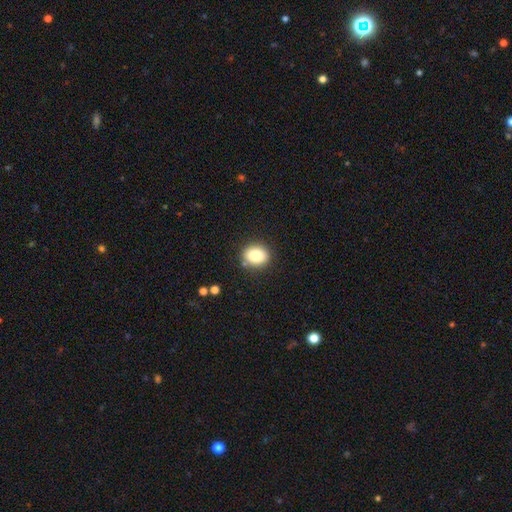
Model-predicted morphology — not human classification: This appears to be a smooth galaxy with no disk features (83%) that is round (61%). Merging: none (86%).